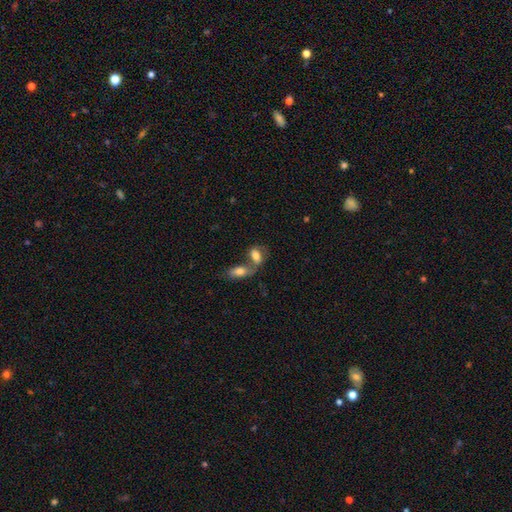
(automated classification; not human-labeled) Q: Smooth or featured?
A: smooth (69%); runner-up: featured or disk (23%)
Q: How rounded?
A: in between (86%); runner-up: round (9%)
Q: Merging?
A: merger (60%); runner-up: none (25%)